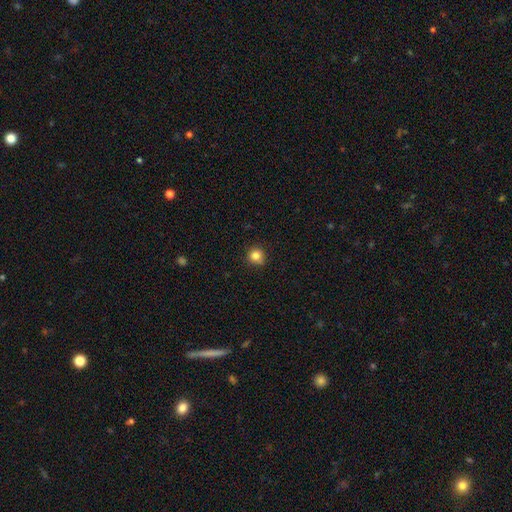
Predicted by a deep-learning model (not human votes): A smooth galaxy with no disk features (83%) that is round (92%). Merging: none (82%).